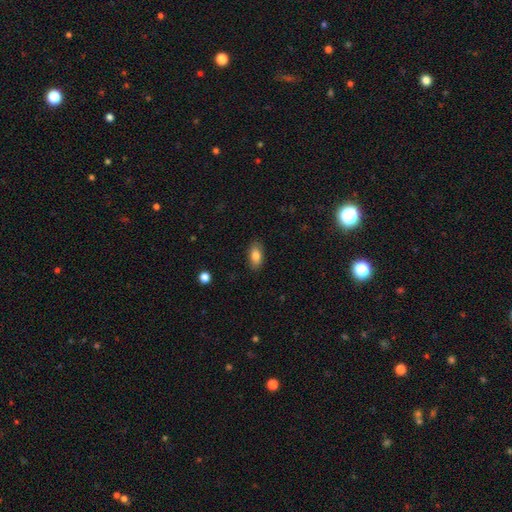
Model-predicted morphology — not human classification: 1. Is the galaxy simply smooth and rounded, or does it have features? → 82% smooth, 10% featured or disk, 8% star or artifact.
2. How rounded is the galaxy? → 89% in between, 6% cigar-shaped, 4% round.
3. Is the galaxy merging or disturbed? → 86% none, 11% minor disturbance, 2% major disturbance, 1% merger.